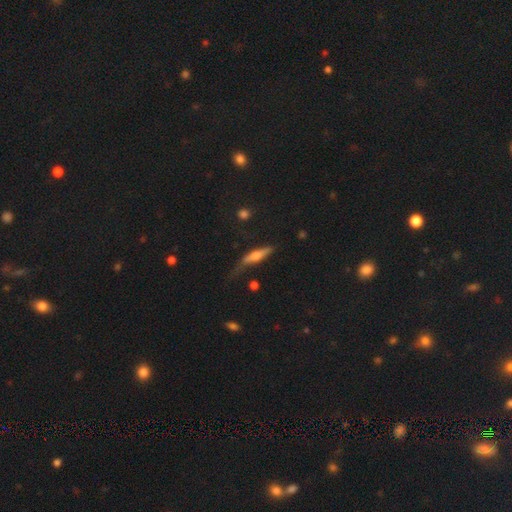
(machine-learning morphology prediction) smooth_or_featured: smooth (p=0.48) [alt: featured or disk p=0.45]
merging: none (p=0.50) [alt: minor disturbance p=0.31]